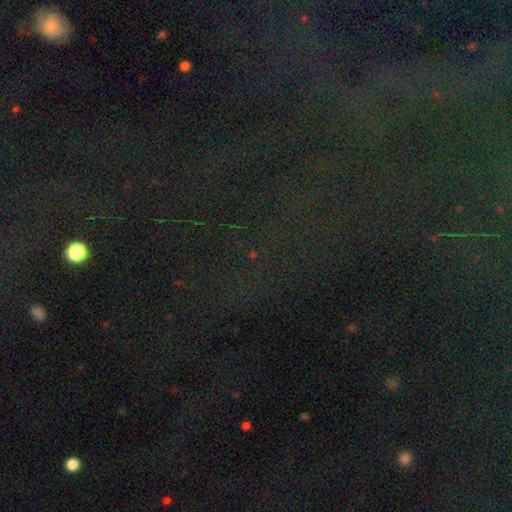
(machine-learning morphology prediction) Smooth or featured? star or artifact (81%)